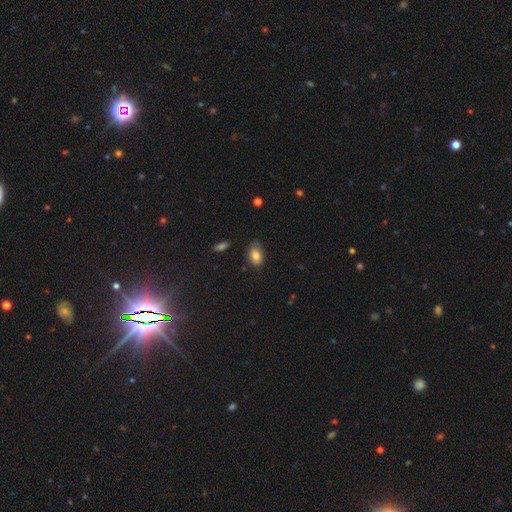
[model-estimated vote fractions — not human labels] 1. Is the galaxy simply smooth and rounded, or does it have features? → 81% smooth, 10% featured or disk, 9% star or artifact.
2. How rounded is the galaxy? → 88% in between, 10% round, 2% cigar-shaped.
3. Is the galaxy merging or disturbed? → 62% none, 30% minor disturbance, 6% major disturbance, 2% merger.